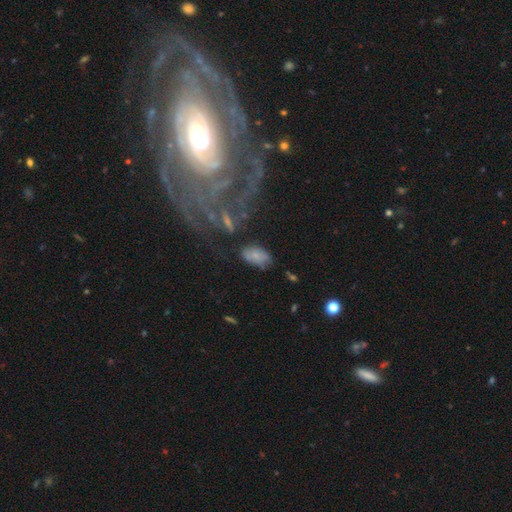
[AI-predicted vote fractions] A smooth galaxy with no disk features (64%) that is in between round and cigar-shaped (91%). Merging: none (61%).